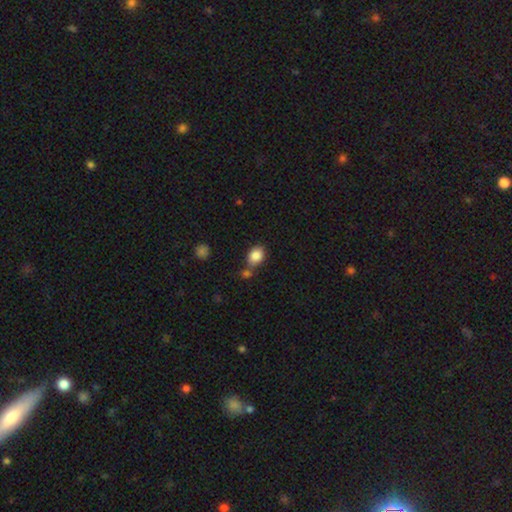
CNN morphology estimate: type=smooth (86%); roundness=in between (66%); merging=none (60%).